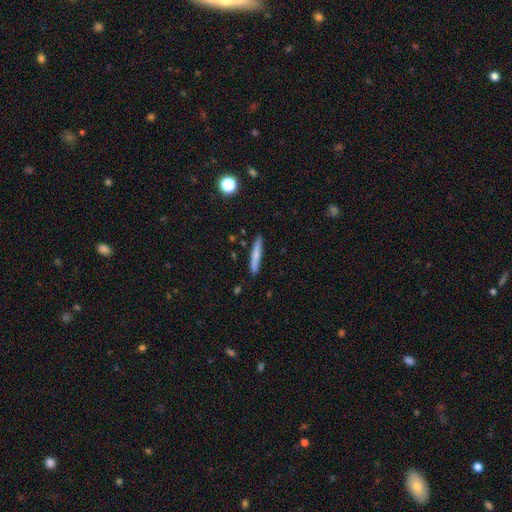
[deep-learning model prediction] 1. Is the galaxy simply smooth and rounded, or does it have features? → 69% smooth, 24% featured or disk, 7% star or artifact.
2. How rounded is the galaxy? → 94% cigar-shaped, 4% in between, 1% round.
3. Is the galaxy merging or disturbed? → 89% none, 8% minor disturbance, 2% major disturbance, 2% merger.